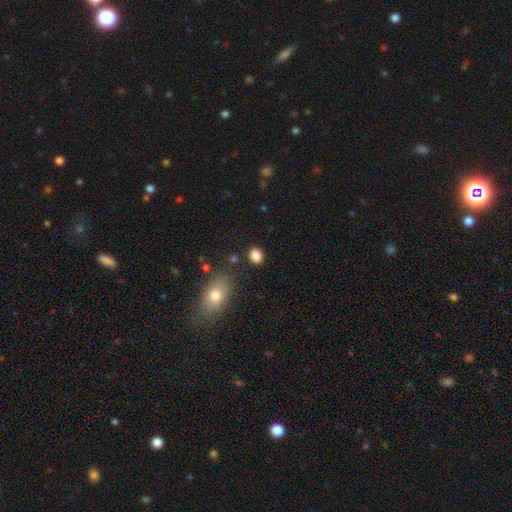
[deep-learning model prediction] smooth 85%, star or artifact 10%, featured or disk 5%. Down the decision tree: how rounded — in between (56%); merging — none (83%).